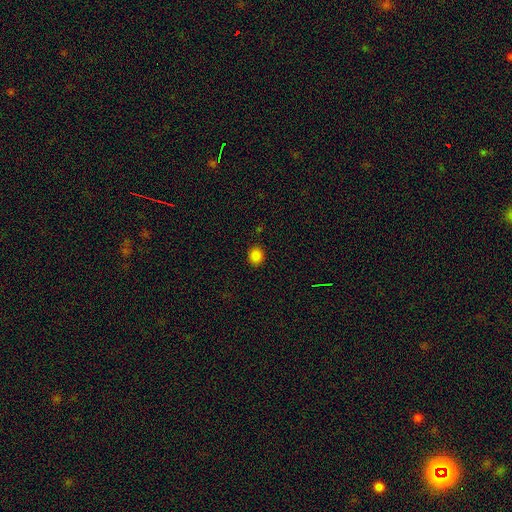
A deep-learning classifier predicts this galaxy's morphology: Overall: smooth (84%). How rounded: round (75%). Merging: none (90%).